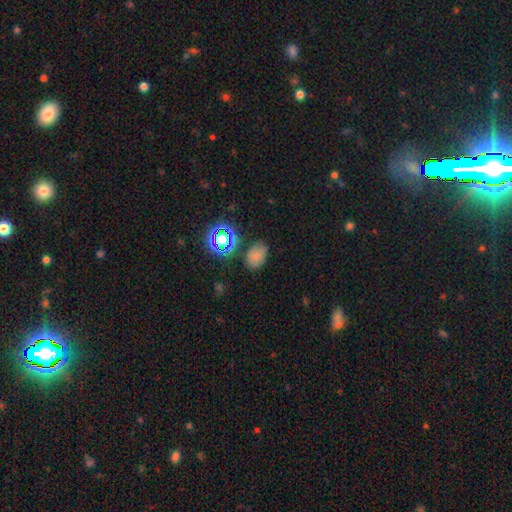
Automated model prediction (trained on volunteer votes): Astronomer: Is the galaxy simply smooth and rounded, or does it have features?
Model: smooth — 70%.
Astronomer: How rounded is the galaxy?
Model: in between — 76%.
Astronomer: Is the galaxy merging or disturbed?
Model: none — 75%.